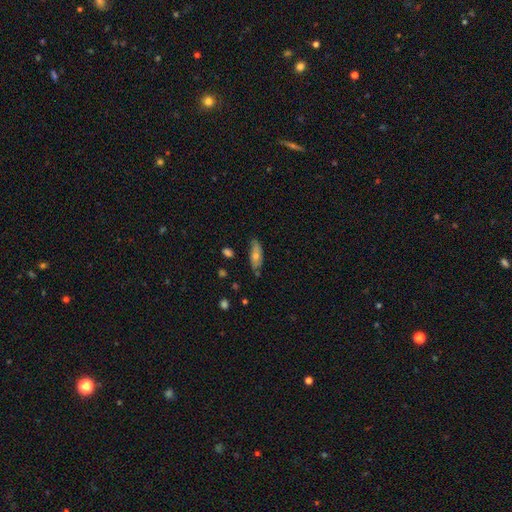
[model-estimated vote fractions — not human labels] smooth-or-featured: smooth: 51% | featured or disk: 41% | star or artifact: 8%
  how-rounded: in between: 62% | cigar-shaped: 34% | round: 3%
  merging: none: 74% | minor disturbance: 20% | major disturbance: 4% | merger: 2%